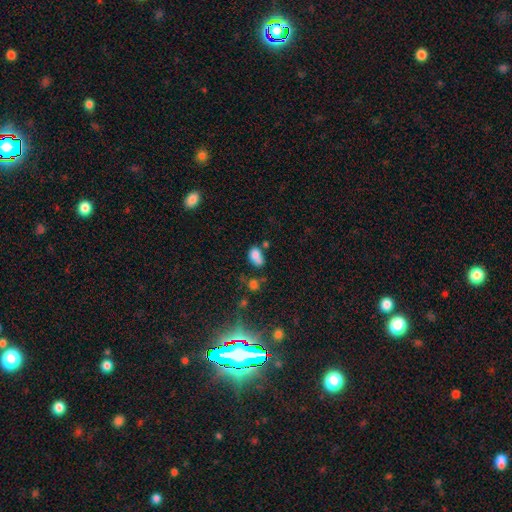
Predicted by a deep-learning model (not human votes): Smooth or featured?
  - smooth: 76% *
  - featured or disk: 12%
  - star or artifact: 12%
How rounded?
  - in between: 83% *
  - round: 15%
  - cigar-shaped: 2%
Merging?
  - none: 35% *
  - merger: 28%
  - minor disturbance: 24%
  - major disturbance: 13%